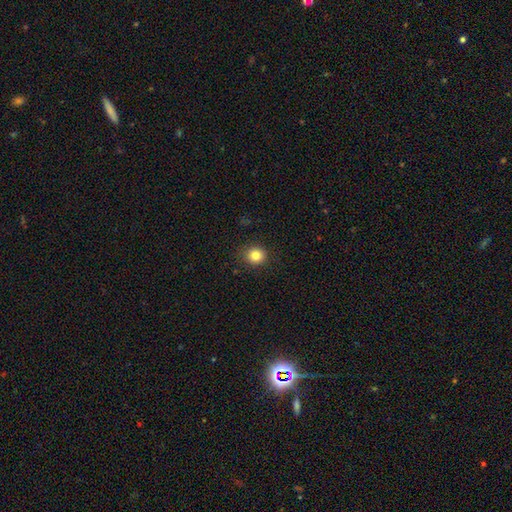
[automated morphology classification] A smooth galaxy with no disk features (82%) that is round (86%).

Vote fractions:
- Smooth or featured? smooth: 82% / star or artifact: 11% / featured or disk: 6%
- How rounded? round: 86% / in between: 14% / cigar-shaped: 1%
- Merging? none: 90% / minor disturbance: 7% / major disturbance: 2% / merger: 1%